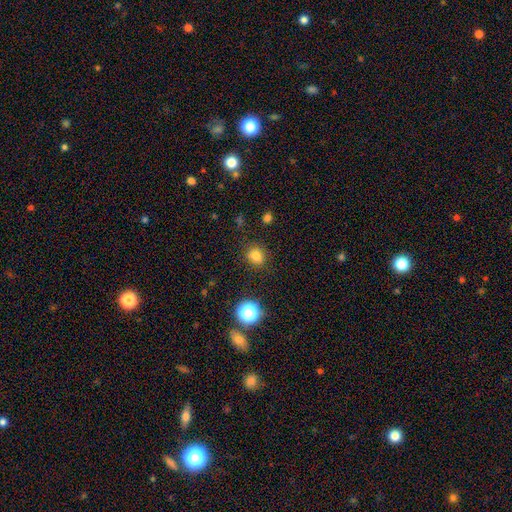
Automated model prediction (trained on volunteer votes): A smooth galaxy with no disk features (78%) that is round (73%).

Vote fractions:
- Smooth or featured? smooth: 78% / star or artifact: 16% / featured or disk: 6%
- How rounded? round: 73% / in between: 26% / cigar-shaped: 1%
- Merging? none: 83% / minor disturbance: 11% / major disturbance: 3% / merger: 3%